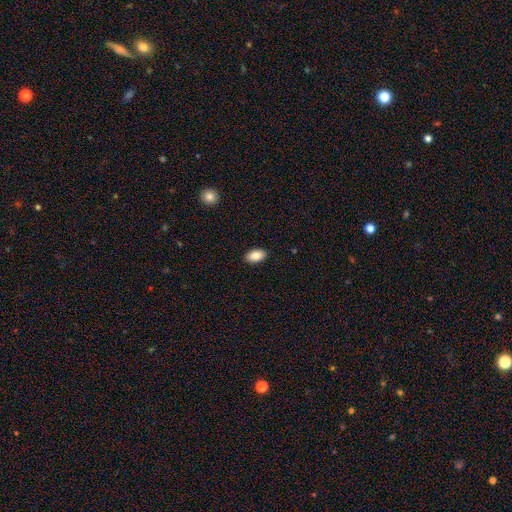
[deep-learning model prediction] smooth-or-featured: smooth: 87% | star or artifact: 7% | featured or disk: 5%
  how-rounded: in between: 93% | round: 5% | cigar-shaped: 1%
  merging: none: 90% | minor disturbance: 7% | major disturbance: 2% | merger: 1%